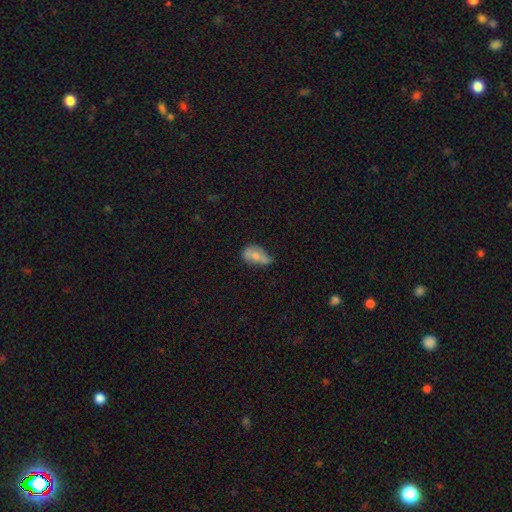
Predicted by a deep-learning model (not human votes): Smooth or featured: smooth — 62% (featured or disk — 29%)
How rounded: in between — 88% (round — 10%)
Merging: minor disturbance — 42% (none — 36%)